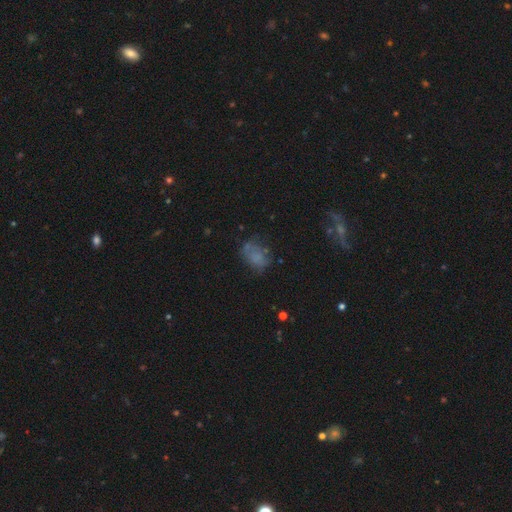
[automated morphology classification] A smooth galaxy with no disk features (55%) that is in between round and cigar-shaped (74%). Merging: none (49%).